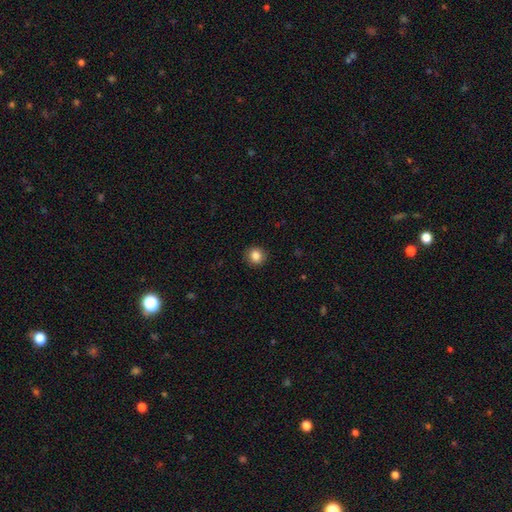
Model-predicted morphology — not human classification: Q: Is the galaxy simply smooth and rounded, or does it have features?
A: smooth — 85%.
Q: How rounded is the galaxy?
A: round — 89%.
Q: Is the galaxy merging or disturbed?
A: none — 91%.